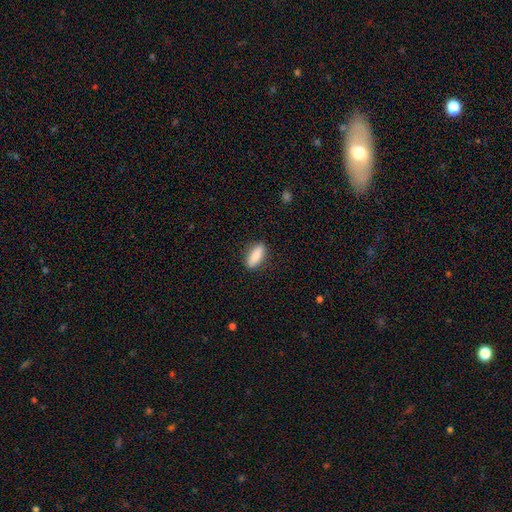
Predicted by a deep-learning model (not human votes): smooth-or-featured: smooth: 84% | featured or disk: 10% | star or artifact: 6%
  how-rounded: in between: 66% | cigar-shaped: 32% | round: 3%
  merging: none: 86% | minor disturbance: 10% | major disturbance: 3% | merger: 1%